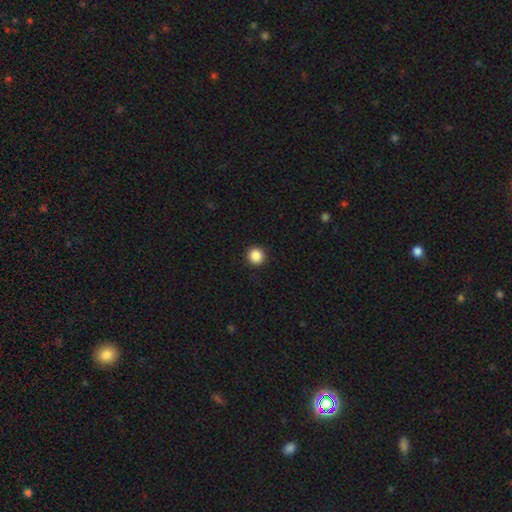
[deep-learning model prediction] This is clearly a smooth galaxy (87%). How rounded: clearly round (96%). Merging: clearly none (93%).